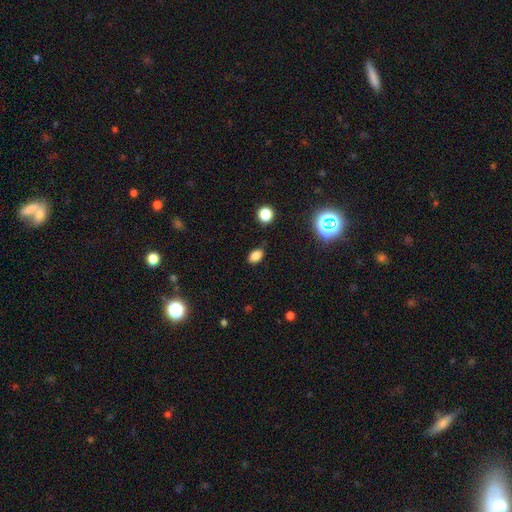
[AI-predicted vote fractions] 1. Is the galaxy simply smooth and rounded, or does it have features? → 82% smooth, 13% star or artifact, 5% featured or disk.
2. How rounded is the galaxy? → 85% in between, 13% round, 2% cigar-shaped.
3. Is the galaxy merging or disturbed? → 83% none, 12% minor disturbance, 3% major disturbance, 2% merger.